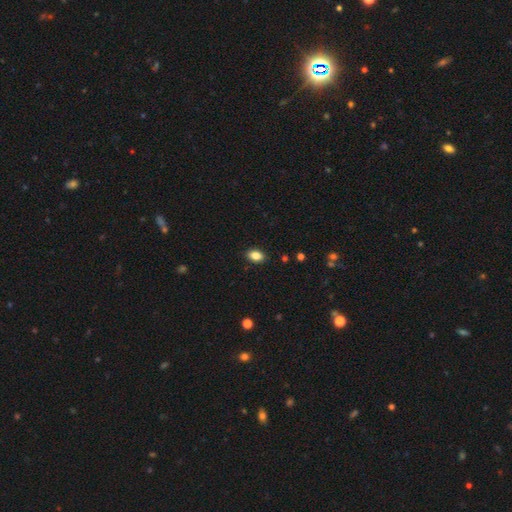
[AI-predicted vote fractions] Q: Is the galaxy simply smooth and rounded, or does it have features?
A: smooth — 85%.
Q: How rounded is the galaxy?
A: in between — 85%.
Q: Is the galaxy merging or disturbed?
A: none — 89%.